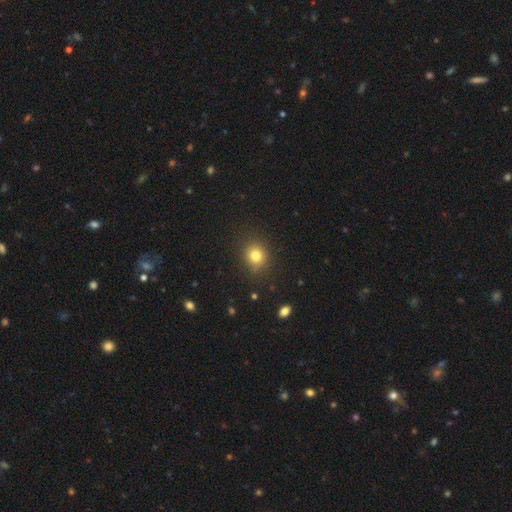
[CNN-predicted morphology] type=smooth (80%); roundness=round (76%); merging=none (86%).